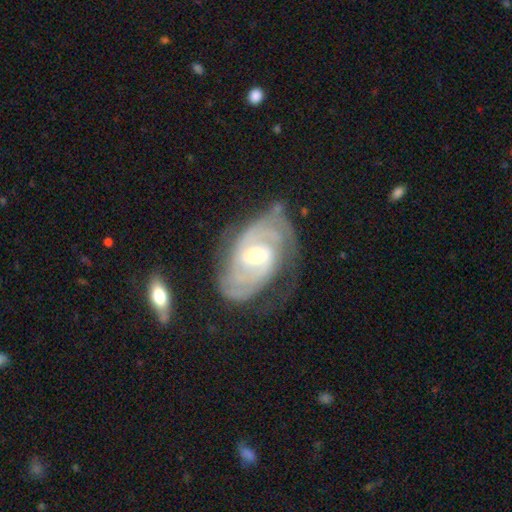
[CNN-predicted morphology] This appears to be a featured or disk galaxy (87%) with a weak bar (51%), 2 (54%) tight (59%) spiral arms (95%) and a moderate central bulge (60%). Merging: none (60%).